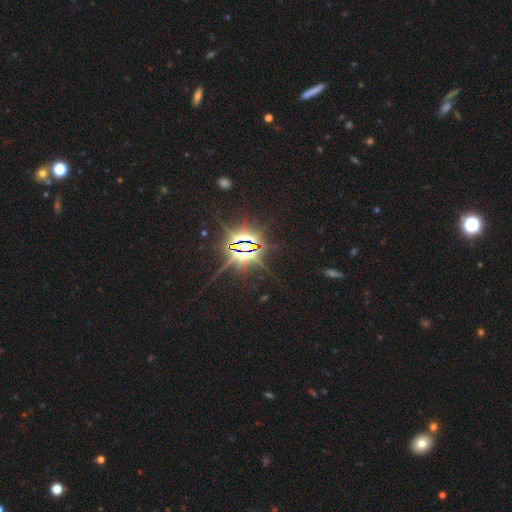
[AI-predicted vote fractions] Smooth or featured? Predicted: star or artifact (p=0.86).